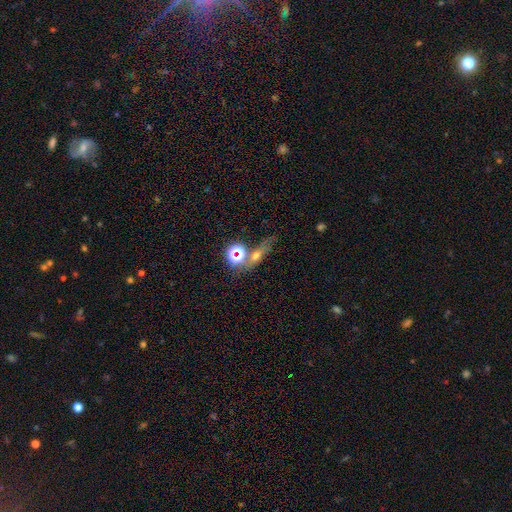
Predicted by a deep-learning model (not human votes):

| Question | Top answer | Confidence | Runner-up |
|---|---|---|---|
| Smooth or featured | smooth | 46% | star or artifact (31%) |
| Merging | none | 53% | merger (21%) |